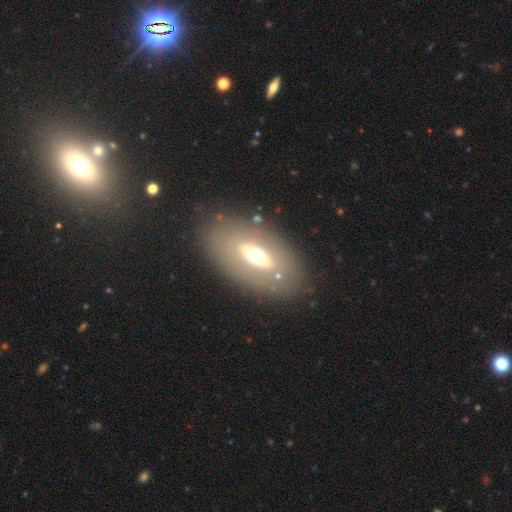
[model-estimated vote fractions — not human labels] Q: Smooth or featured?
A: featured or disk (47%); runner-up: smooth (44%)
Q: Merging?
A: none (80%); runner-up: minor disturbance (11%)